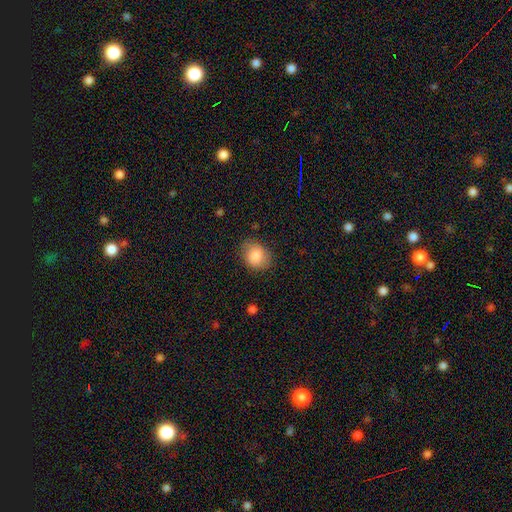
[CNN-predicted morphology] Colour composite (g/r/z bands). It shows a smooth galaxy with no disk features (84%) that is round (57%). Merging: none (79%).